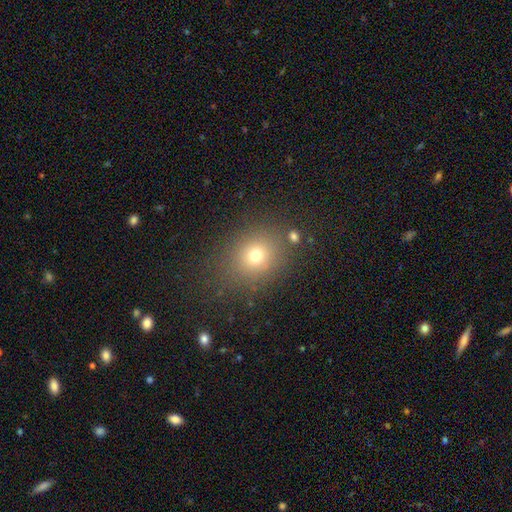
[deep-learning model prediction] This appears to be a smooth galaxy with no disk features (71%) that is round (69%). Merging: none (79%).